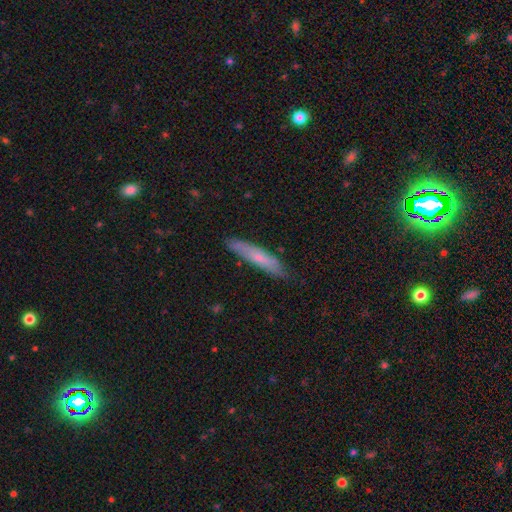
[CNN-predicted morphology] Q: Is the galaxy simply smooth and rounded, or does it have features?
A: smooth — 60%.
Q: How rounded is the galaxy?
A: cigar-shaped — 89%.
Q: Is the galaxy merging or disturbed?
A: none — 82%.